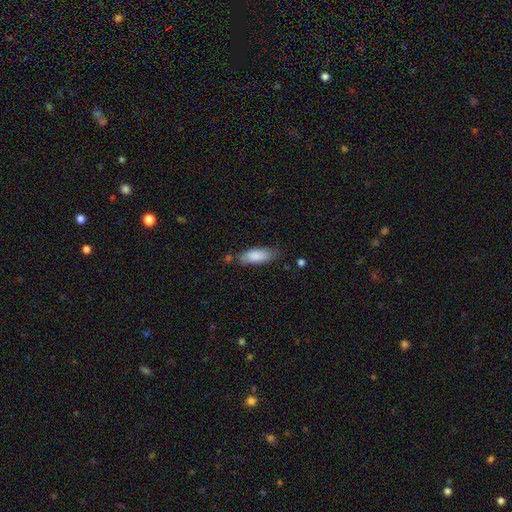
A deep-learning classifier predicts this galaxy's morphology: type=smooth (85%); roundness=in between (69%); merging=none (71%).